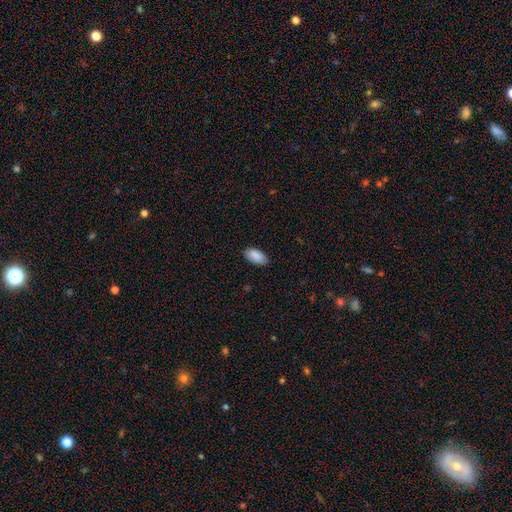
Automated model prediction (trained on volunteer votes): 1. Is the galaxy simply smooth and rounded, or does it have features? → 89% smooth, 6% star or artifact, 5% featured or disk.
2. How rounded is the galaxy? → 95% in between, 3% cigar-shaped, 2% round.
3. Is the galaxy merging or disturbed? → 84% none, 13% minor disturbance, 2% major disturbance, 1% merger.